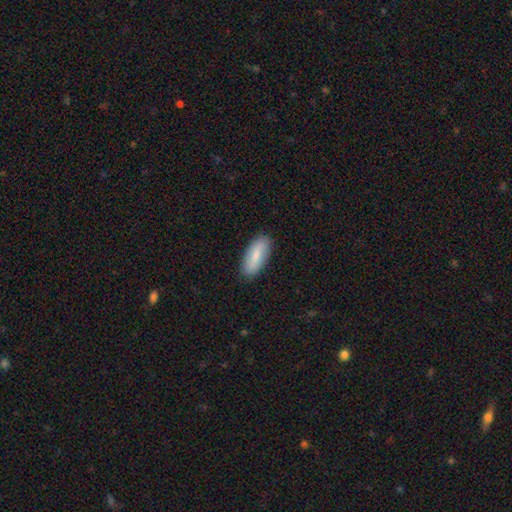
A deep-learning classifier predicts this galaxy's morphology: Smooth or featured?
  - smooth: 77% *
  - featured or disk: 17%
  - star or artifact: 6%
How rounded?
  - in between: 77% *
  - cigar-shaped: 21%
  - round: 2%
Merging?
  - none: 87% *
  - minor disturbance: 10%
  - major disturbance: 2%
  - merger: 1%